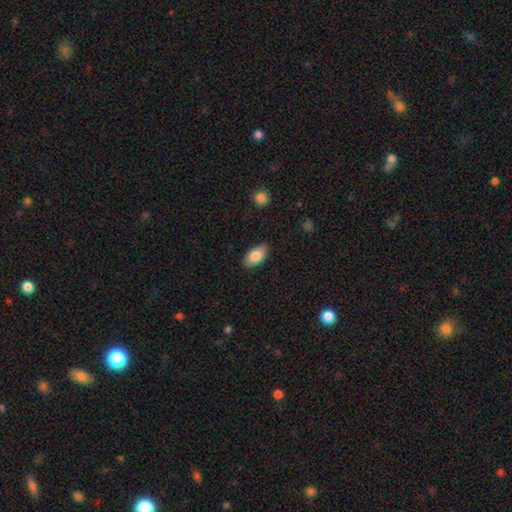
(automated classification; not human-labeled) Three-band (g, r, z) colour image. It shows a smooth galaxy with no disk features (85%) that is in between round and cigar-shaped (94%). Merging: none (85%).